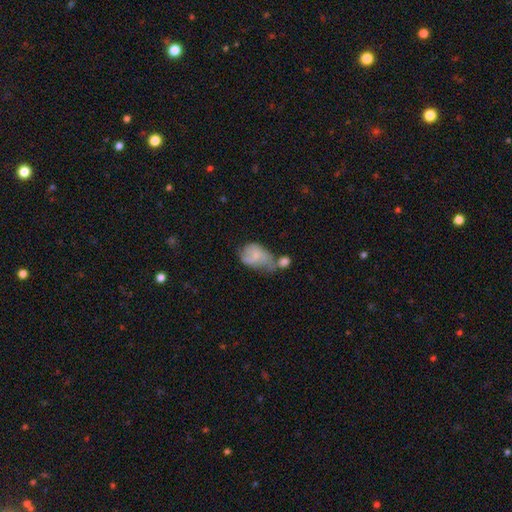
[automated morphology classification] smooth 53%, featured or disk 39%, star or artifact 8%. Down the decision tree: how rounded — in between (77%); merging — merger (35%).